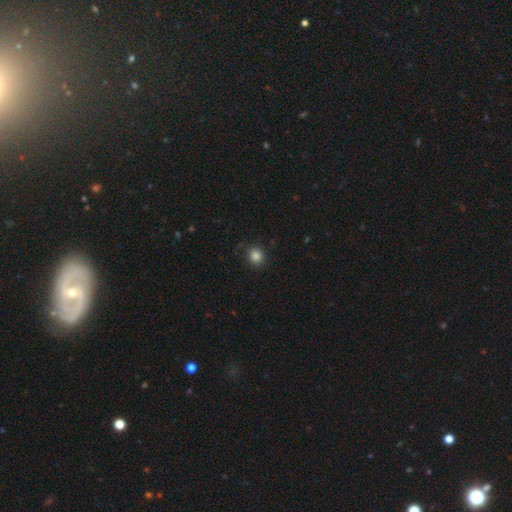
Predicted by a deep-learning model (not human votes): smooth_or_featured: smooth (p=0.85) [alt: star or artifact p=0.11]
how_rounded: round (p=0.85) [alt: in between p=0.14]
merging: none (p=0.86) [alt: minor disturbance p=0.10]